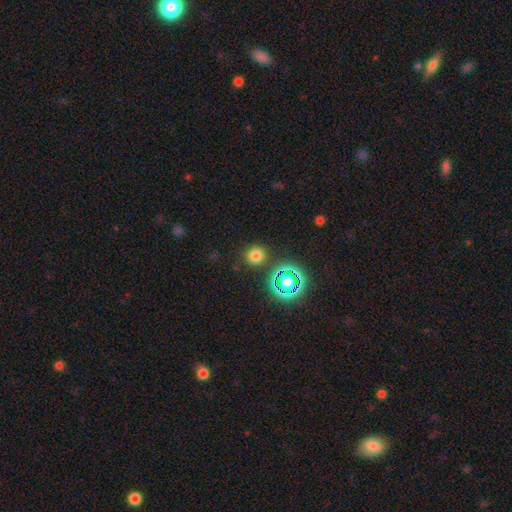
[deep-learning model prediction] smooth_or_featured: smooth (p=0.71) [alt: star or artifact p=0.23]
how_rounded: round (p=0.90) [alt: in between p=0.09]
merging: none (p=0.87) [alt: minor disturbance p=0.07]